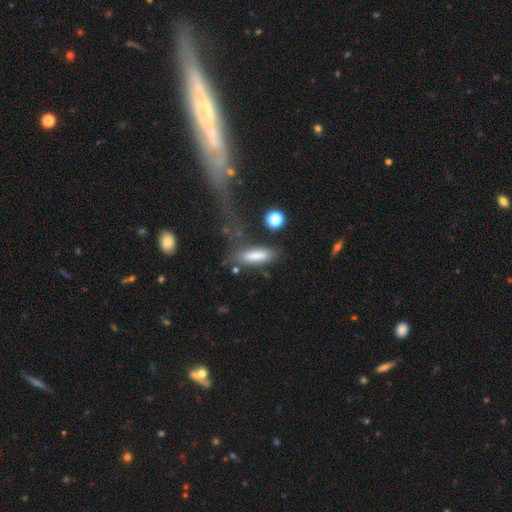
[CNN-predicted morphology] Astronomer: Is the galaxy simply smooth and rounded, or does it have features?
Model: smooth — 78%.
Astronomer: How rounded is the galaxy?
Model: cigar-shaped — 56% (runner-up: in between, 42%).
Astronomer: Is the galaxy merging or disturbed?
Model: none — 55%.